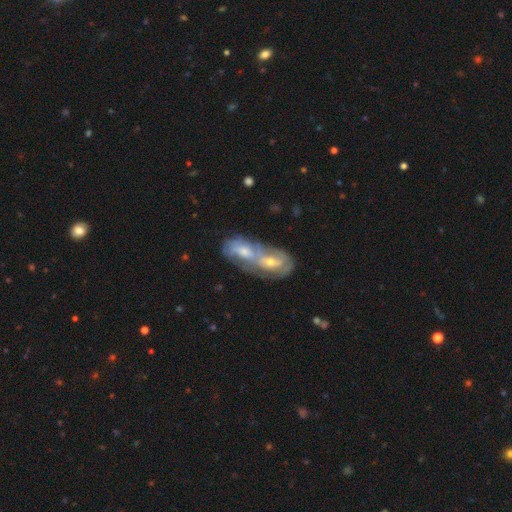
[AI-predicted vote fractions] Smooth or featured: featured or disk — 55% (smooth — 35%)
Edge-on disk: no — 88% (yes — 12%)
Merging: merger — 77% (none — 14%)